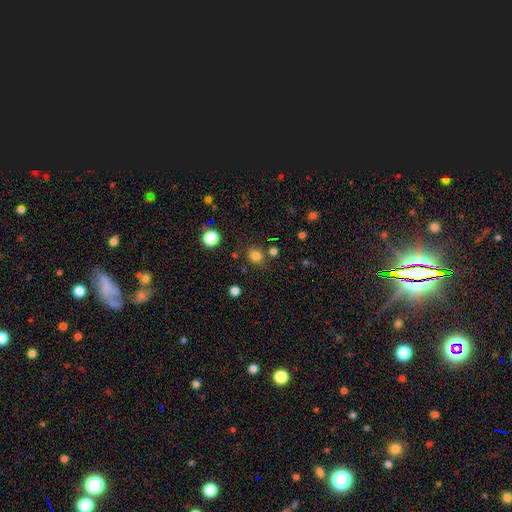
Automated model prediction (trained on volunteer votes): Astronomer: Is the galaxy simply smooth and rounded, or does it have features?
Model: smooth — 80%.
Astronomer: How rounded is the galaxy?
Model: round — 81%.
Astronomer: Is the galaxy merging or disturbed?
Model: none — 80%.